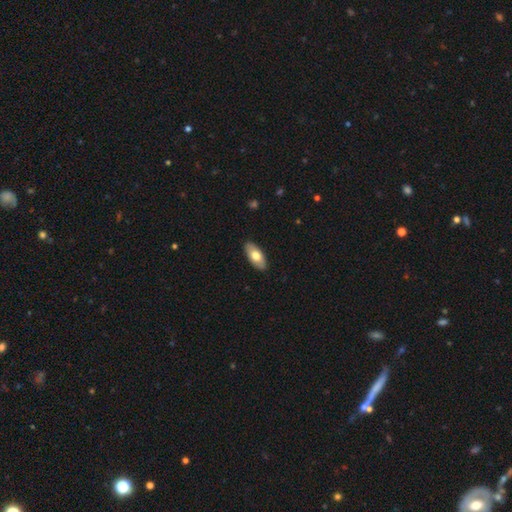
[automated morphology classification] Smooth or featured: smooth — 69% (featured or disk — 26%)
How rounded: in between — 90% (cigar-shaped — 7%)
Merging: none — 89% (minor disturbance — 8%)